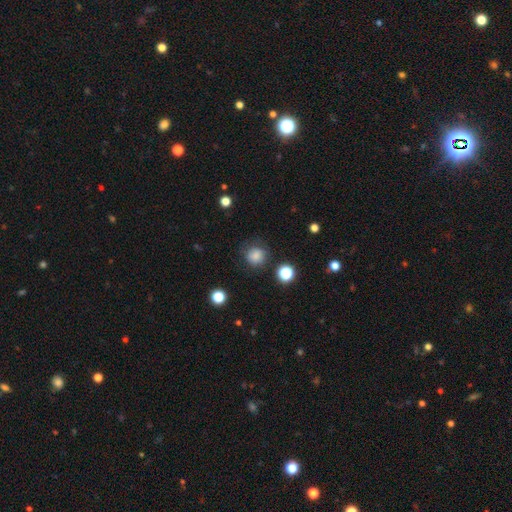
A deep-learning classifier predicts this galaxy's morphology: This appears to be a smooth galaxy with no disk features (82%) that is round (90%). Merging: none (76%).